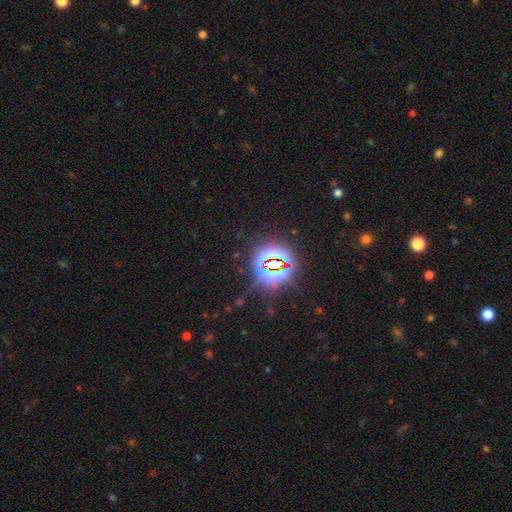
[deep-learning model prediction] This appears to be a star or artifact, not a galaxy (85%).